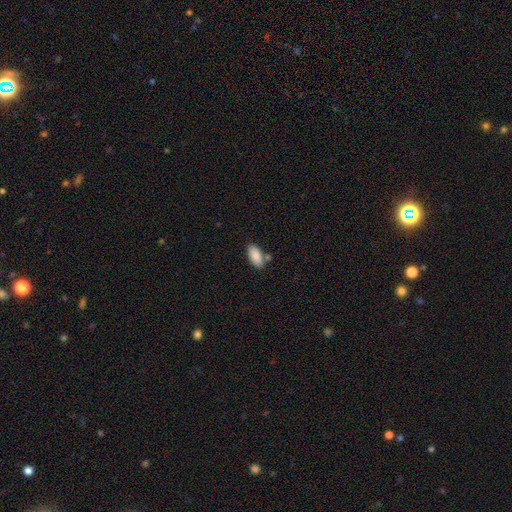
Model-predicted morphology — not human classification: Smooth or featured? Predicted: smooth (p=0.86). How rounded? Predicted: in between (p=0.90). Merging? Predicted: none (p=0.72).